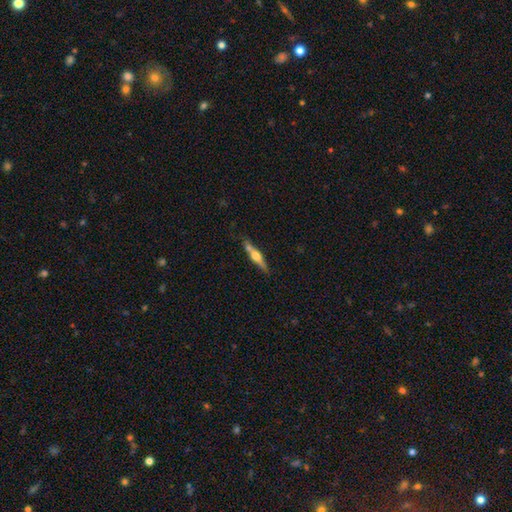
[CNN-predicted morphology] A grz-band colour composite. It shows a featured or disk galaxy (65%) viewed edge-on (97%) with a rounded central bulge (91%). Merging: none (72%).